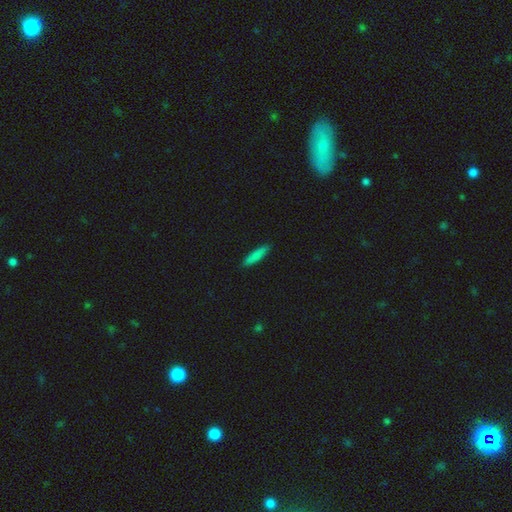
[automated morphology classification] A smooth galaxy with no disk features (85%) that is cigar-shaped (79%). Merging: none (89%).